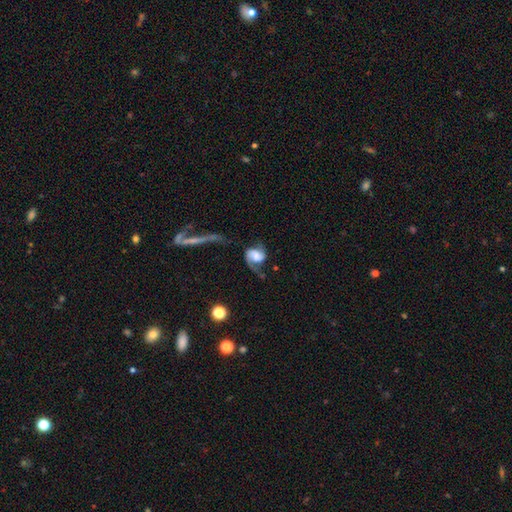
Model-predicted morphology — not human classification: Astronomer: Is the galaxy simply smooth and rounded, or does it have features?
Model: featured or disk — 72%.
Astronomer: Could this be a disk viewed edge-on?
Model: no — 97%.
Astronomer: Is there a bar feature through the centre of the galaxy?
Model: no — 55% (runner-up: weak, 33%).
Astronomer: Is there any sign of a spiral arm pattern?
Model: yes — 93%.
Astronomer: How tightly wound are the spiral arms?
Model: loose — 44% (runner-up: medium, 39%).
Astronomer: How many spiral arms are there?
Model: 2 — 68%.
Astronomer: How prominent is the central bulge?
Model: large — 27% (runner-up: moderate, 23%).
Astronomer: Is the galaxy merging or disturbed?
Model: none — 38% (runner-up: major disturbance, 32%).